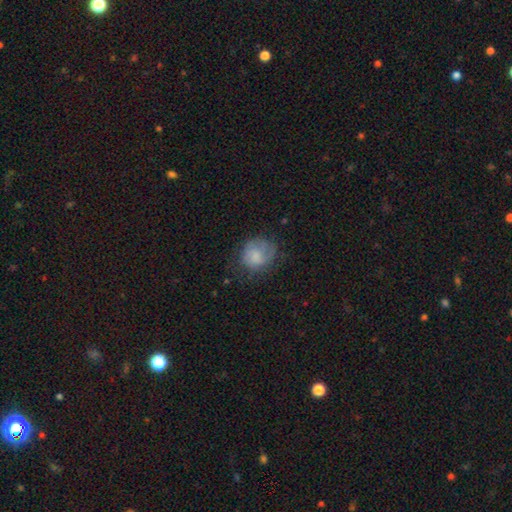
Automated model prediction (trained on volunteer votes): smooth_or_featured: smooth (p=0.67) [alt: featured or disk p=0.25]
how_rounded: round (p=0.74) [alt: in between p=0.25]
merging: none (p=0.54) [alt: minor disturbance p=0.27]